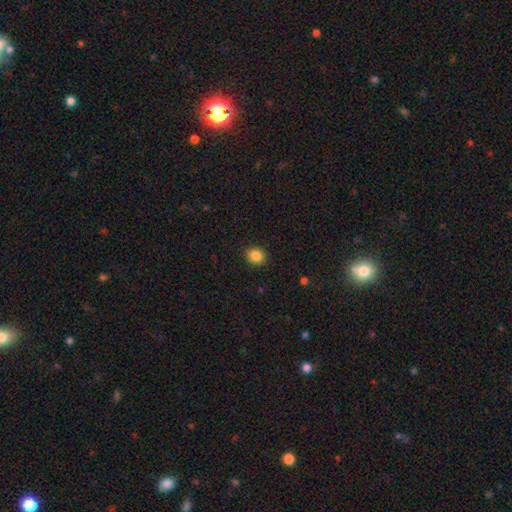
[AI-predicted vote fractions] This appears to be a smooth galaxy with no disk features (86%) that is round (75%). Merging: none (90%).